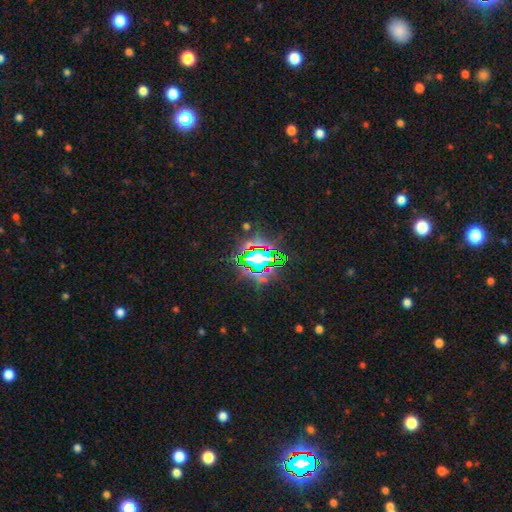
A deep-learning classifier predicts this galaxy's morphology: type=star or artifact (78%).